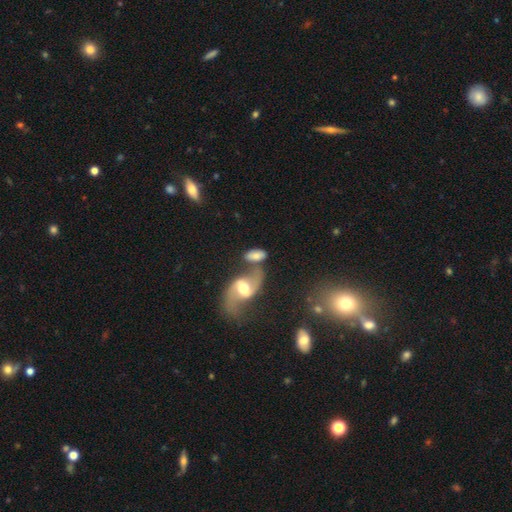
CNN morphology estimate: Smooth or featured?
  - smooth: 49% *
  - featured or disk: 43%
  - star or artifact: 8%
Merging?
  - merger: 38% *
  - none: 37%
  - minor disturbance: 15%
  - major disturbance: 10%